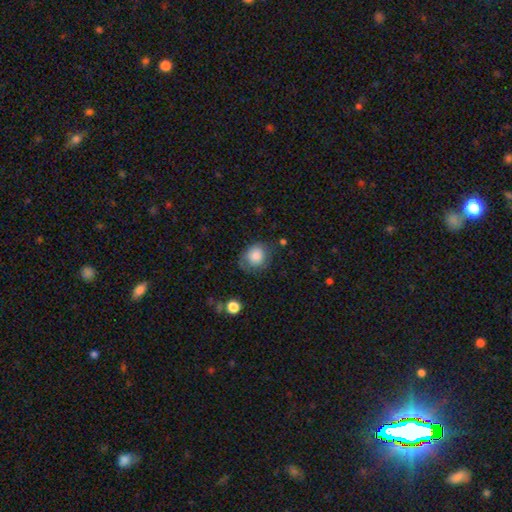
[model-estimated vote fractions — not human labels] A smooth galaxy with no disk features (82%) that is round (72%). Merging: none (65%).